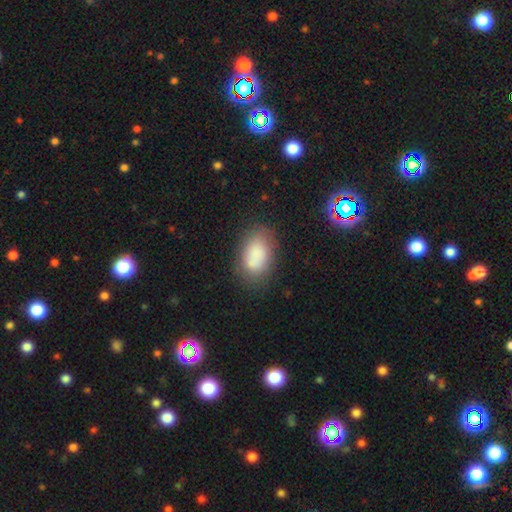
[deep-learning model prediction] This is clearly a smooth galaxy (82%). How rounded: clearly in between (88%). Merging: likely none (71%).